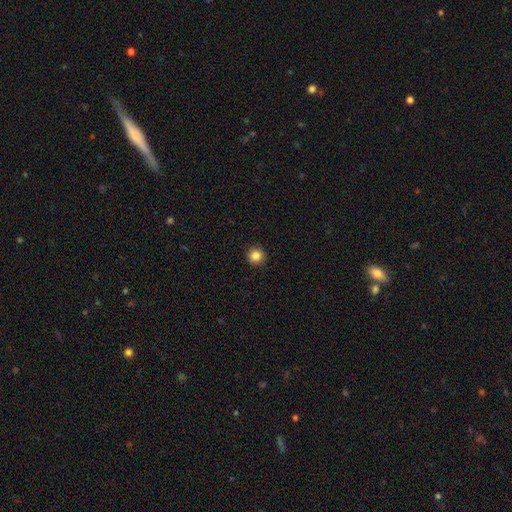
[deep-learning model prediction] smooth 85%, star or artifact 10%, featured or disk 4%. Down the decision tree: how rounded — round (95%); merging — none (93%).